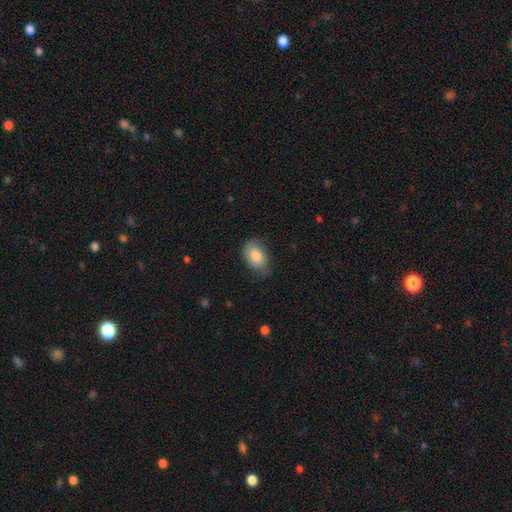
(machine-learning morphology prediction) Smooth or featured: smooth — 82% (featured or disk — 11%)
How rounded: in between — 87% (round — 12%)
Merging: none — 62% (minor disturbance — 29%)